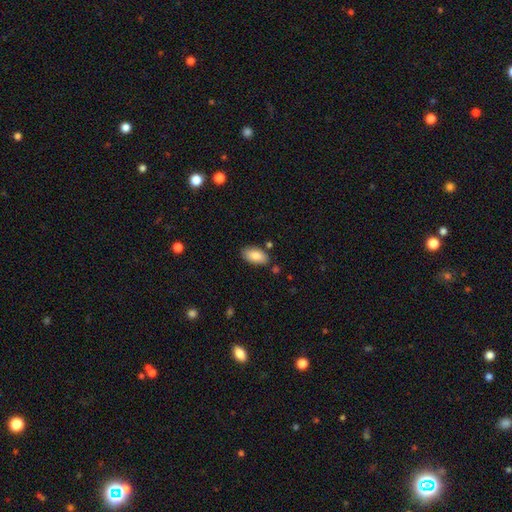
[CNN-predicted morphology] Smooth or featured? Predicted: smooth (p=0.85). How rounded? Predicted: in between (p=0.95). Merging? Predicted: none (p=0.81).